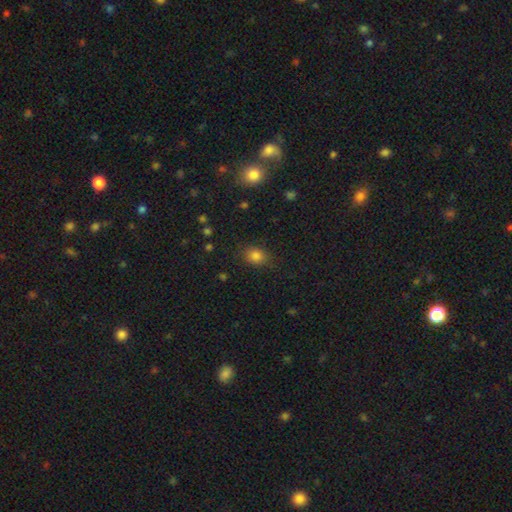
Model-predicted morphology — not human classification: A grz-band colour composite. It shows a smooth galaxy with no disk features (81%) that is round (51%). Merging: none (80%).